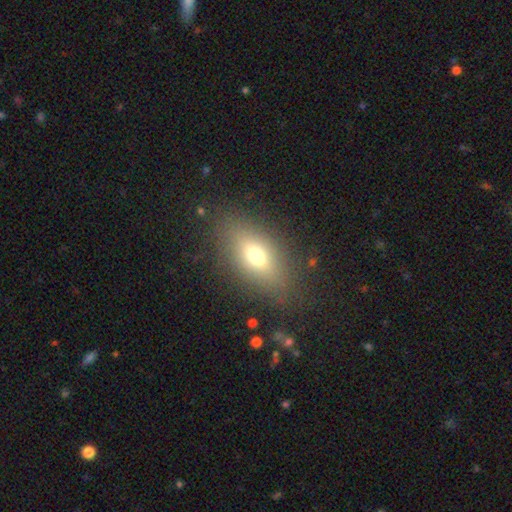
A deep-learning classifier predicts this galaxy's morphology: This is likely a smooth galaxy (67%). How rounded: likely in between (79%). Merging: clearly none (81%).